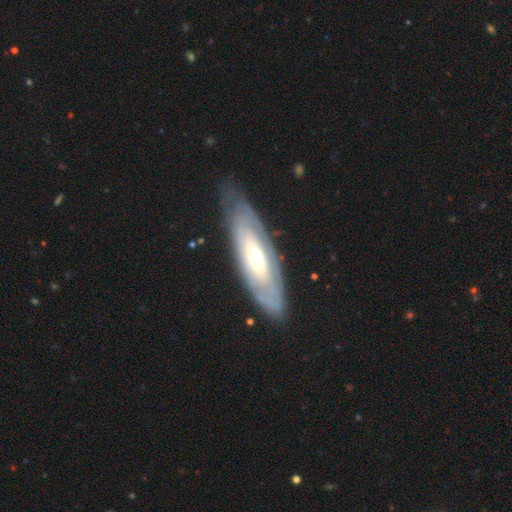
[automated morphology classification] Smooth or featured? Predicted: featured or disk (p=0.70). Edge-on disk? Predicted: no (p=0.73). Bar? Predicted: no (p=0.64). Spiral arms? Predicted: no (p=0.51). Bulge size? Predicted: moderate (p=0.61). Merging? Predicted: none (p=0.75).